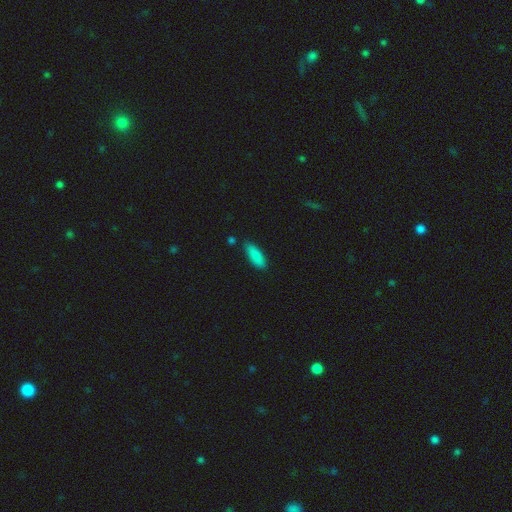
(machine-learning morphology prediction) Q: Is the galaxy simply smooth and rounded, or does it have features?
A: smooth — 87%.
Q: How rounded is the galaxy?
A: in between — 58%.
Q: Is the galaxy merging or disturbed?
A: none — 79%.